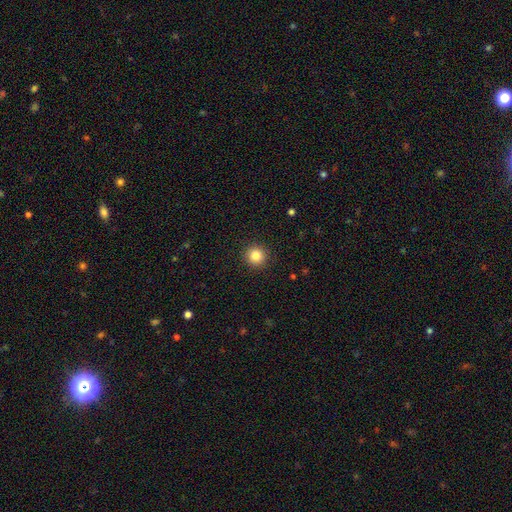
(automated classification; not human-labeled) Smooth or featured? smooth (84%)
How rounded? round (95%)
Merging? none (93%)